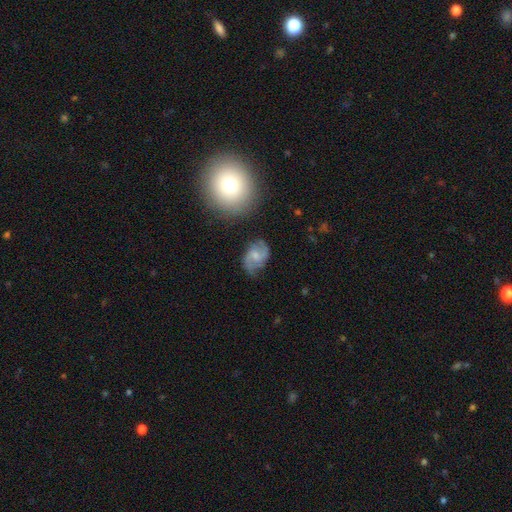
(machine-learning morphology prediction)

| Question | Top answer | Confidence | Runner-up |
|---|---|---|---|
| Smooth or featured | featured or disk | 72% | smooth (21%) |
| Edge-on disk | no | 97% | yes (3%) |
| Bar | no | 47% | weak (46%) |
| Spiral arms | yes | 93% | no (7%) |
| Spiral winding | medium | 47% | loose (36%) |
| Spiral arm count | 2 | 85% | can't tell (7%) |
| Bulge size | small | 51% | moderate (35%) |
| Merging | none | 68% | minor disturbance (22%) |